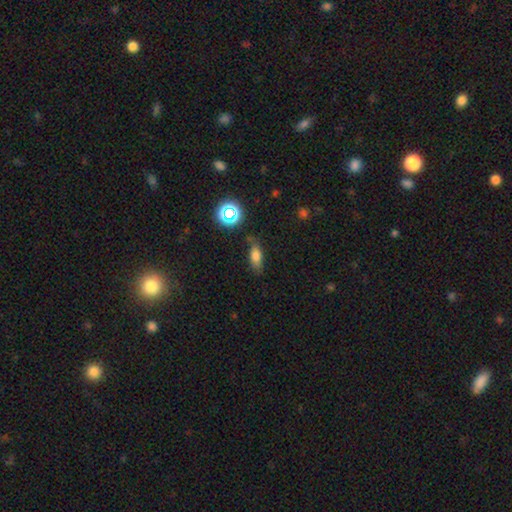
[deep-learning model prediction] This appears to be a smooth galaxy with no disk features (71%) that is in between round and cigar-shaped (72%). Merging: none (73%).